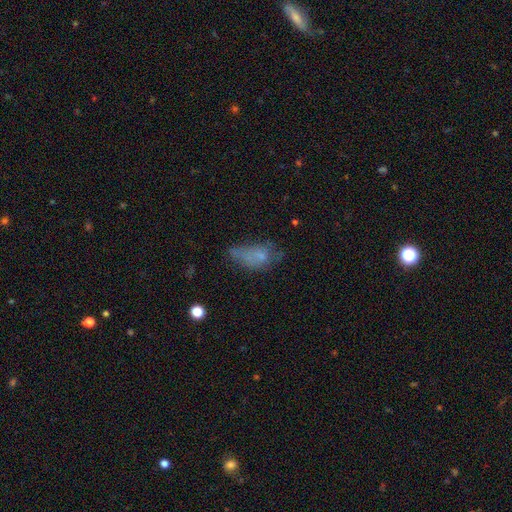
Morphology: type=smooth (52%); roundness=in between (86%); merging=major disturbance (35%).